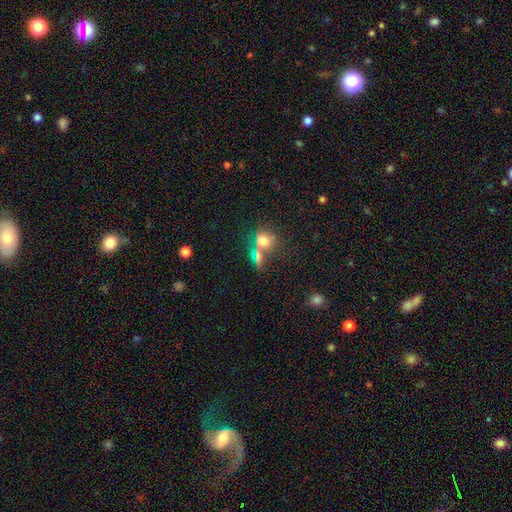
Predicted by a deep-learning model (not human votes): The model was most divided on "how rounded": round: 47%, in between: 37%, cigar-shaped: 15%. More confident: smooth or featured — smooth (62%); merging — none (52%).